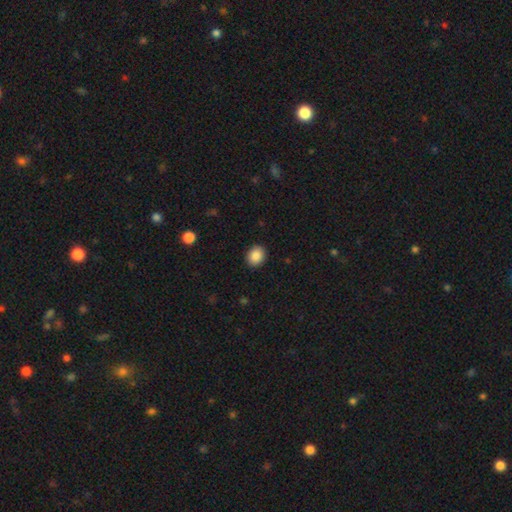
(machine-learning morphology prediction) A smooth galaxy with no disk features (88%) that is round (63%). Merging: none (91%).